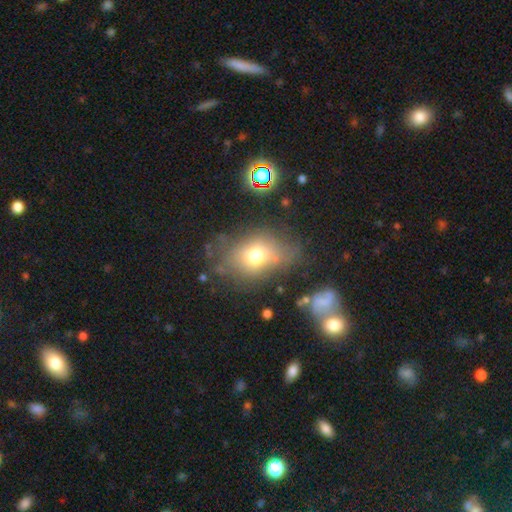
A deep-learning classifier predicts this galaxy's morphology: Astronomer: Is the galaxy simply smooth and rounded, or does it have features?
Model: smooth — 65%.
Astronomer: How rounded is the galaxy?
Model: in between — 60% (runner-up: round, 38%).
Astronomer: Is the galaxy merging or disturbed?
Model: none — 55%.